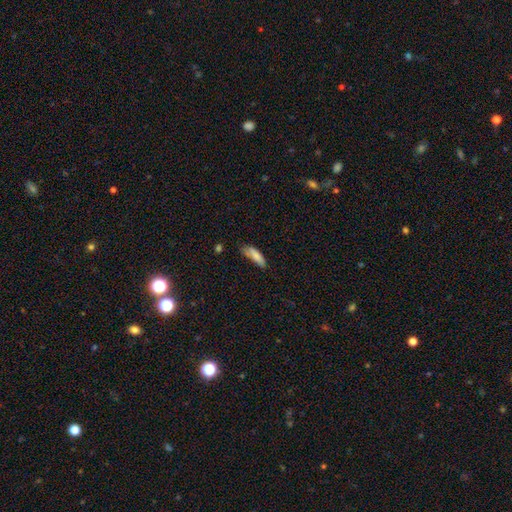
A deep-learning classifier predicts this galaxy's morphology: Smooth or featured? Predicted: smooth (p=0.82). How rounded? Predicted: cigar-shaped (p=0.51). Merging? Predicted: none (p=0.46).